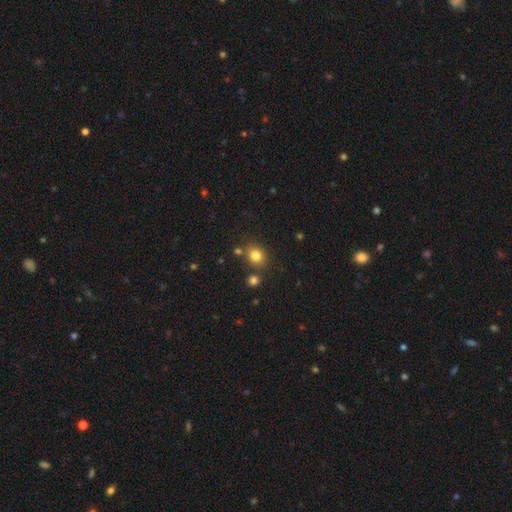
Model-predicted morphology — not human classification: Q: Smooth or featured?
A: smooth (80%); runner-up: star or artifact (13%)
Q: How rounded?
A: round (70%); runner-up: in between (29%)
Q: Merging?
A: none (77%); runner-up: minor disturbance (11%)